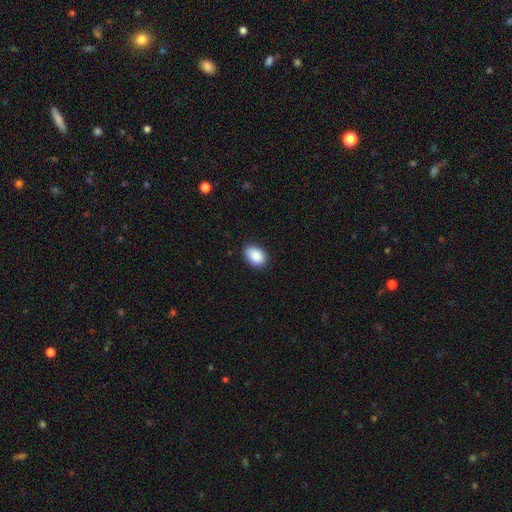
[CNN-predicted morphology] Overall: smooth (89%). How rounded: in between (84%). Merging: none (86%).